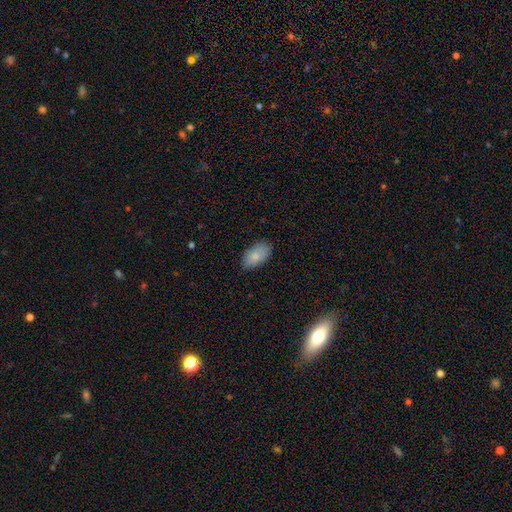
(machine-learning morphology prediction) Smooth or featured? smooth (81%)
How rounded? in between (94%)
Merging? none (83%)